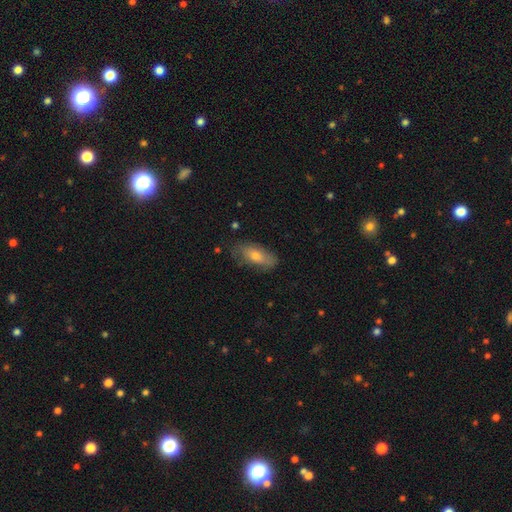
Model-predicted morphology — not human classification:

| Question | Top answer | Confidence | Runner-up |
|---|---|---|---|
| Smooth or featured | smooth | 62% | featured or disk (30%) |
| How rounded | in between | 76% | cigar-shaped (21%) |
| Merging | none | 74% | minor disturbance (20%) |